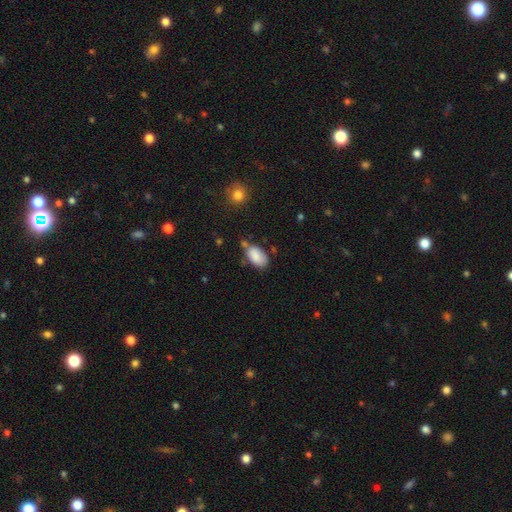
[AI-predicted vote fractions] A smooth galaxy with no disk features (85%) that is in between round and cigar-shaped (93%).

Vote fractions:
- Smooth or featured? smooth: 85% / featured or disk: 8% / star or artifact: 7%
- How rounded? in between: 93% / round: 5% / cigar-shaped: 2%
- Merging? none: 59% / minor disturbance: 25% / merger: 10% / major disturbance: 6%